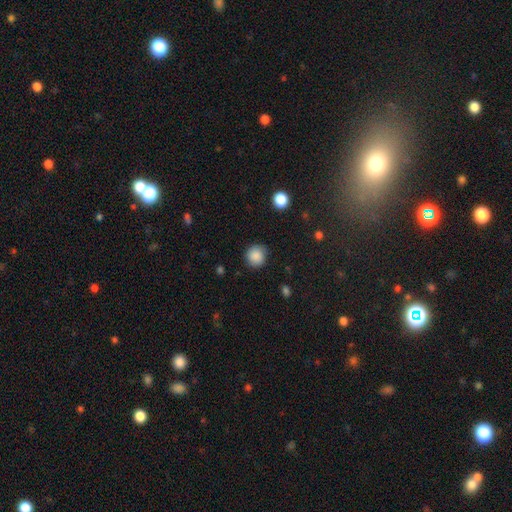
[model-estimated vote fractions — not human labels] Morphology: type=smooth (87%); roundness=round (91%); merging=none (86%).